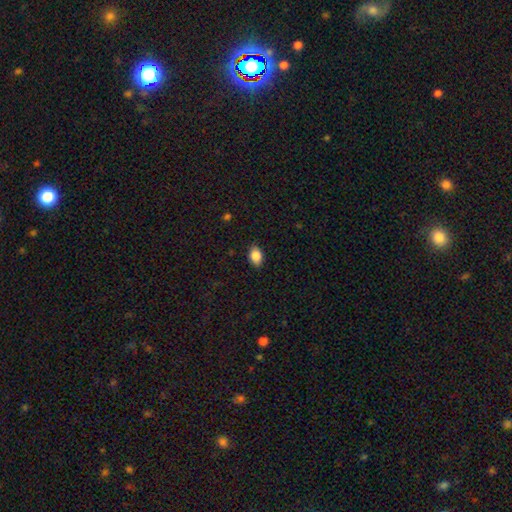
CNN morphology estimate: A smooth galaxy with no disk features (86%) that is in between round and cigar-shaped (85%).

Vote fractions:
- Smooth or featured? smooth: 86% / star or artifact: 8% / featured or disk: 6%
- How rounded? in between: 85% / round: 14% / cigar-shaped: 2%
- Merging? none: 87% / minor disturbance: 10% / major disturbance: 2% / merger: 1%